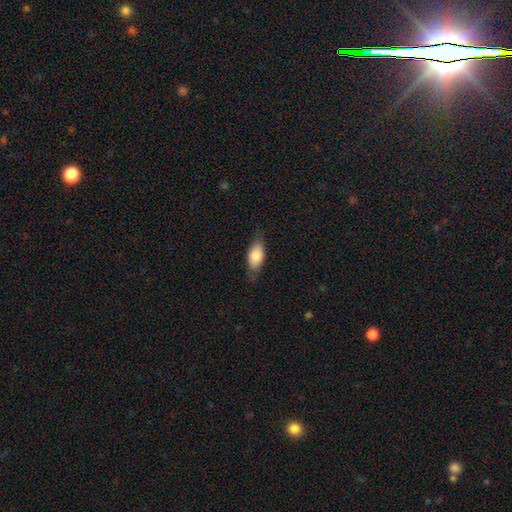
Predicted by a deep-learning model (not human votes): This appears to be a smooth galaxy with no disk features (78%) that is in between round and cigar-shaped (86%). Merging: none (75%).